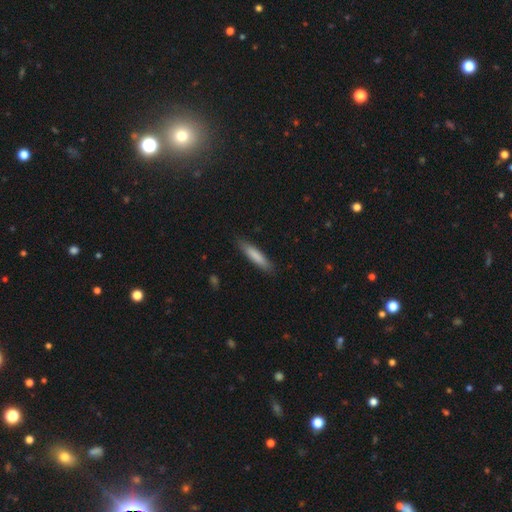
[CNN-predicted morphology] A smooth galaxy with no disk features (82%) that is cigar-shaped (83%).

Vote fractions:
- Smooth or featured? smooth: 82% / featured or disk: 12% / star or artifact: 5%
- How rounded? cigar-shaped: 83% / in between: 16% / round: 1%
- Merging? none: 86% / minor disturbance: 11% / major disturbance: 2% / merger: 1%